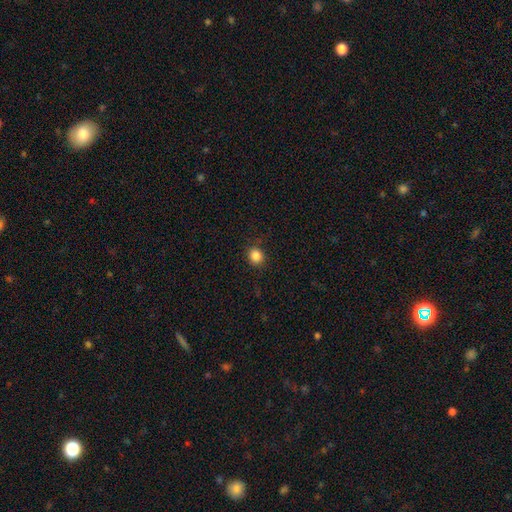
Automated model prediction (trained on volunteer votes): smooth_or_featured: smooth (p=0.85) [alt: star or artifact p=0.11]
how_rounded: round (p=0.84) [alt: in between p=0.15]
merging: none (p=0.88) [alt: minor disturbance p=0.09]